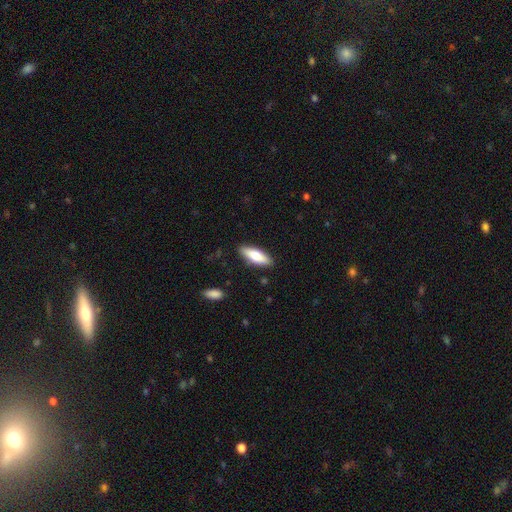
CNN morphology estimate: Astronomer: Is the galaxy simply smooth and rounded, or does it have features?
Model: smooth — 75%.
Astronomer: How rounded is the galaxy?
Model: in between — 58% (runner-up: cigar-shaped, 40%).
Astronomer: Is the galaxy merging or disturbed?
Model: none — 87%.